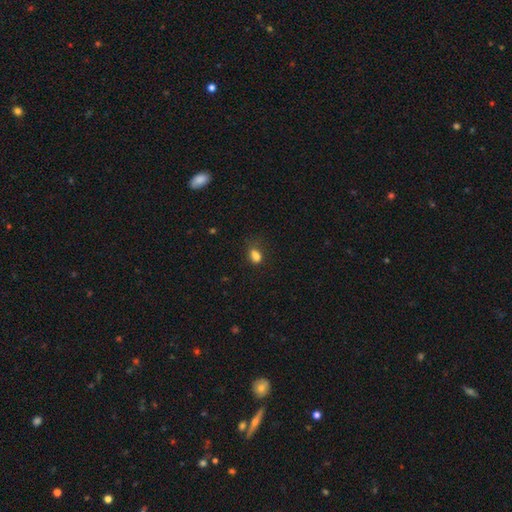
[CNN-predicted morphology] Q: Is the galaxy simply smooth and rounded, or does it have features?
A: smooth — 77%.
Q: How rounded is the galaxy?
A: in between — 72%.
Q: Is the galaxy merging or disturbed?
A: none — 42%.